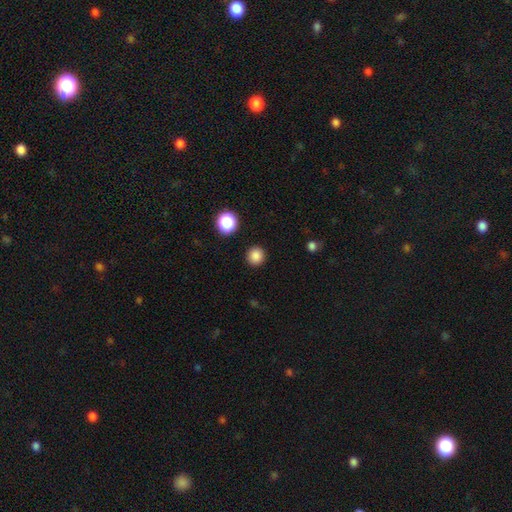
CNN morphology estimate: type=smooth (86%); roundness=round (92%); merging=none (91%).